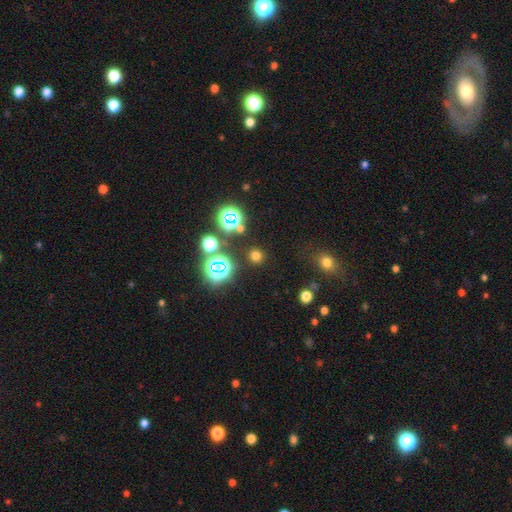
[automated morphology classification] Smooth or featured? smooth (64%)
How rounded? round (90%)
Merging? none (87%)